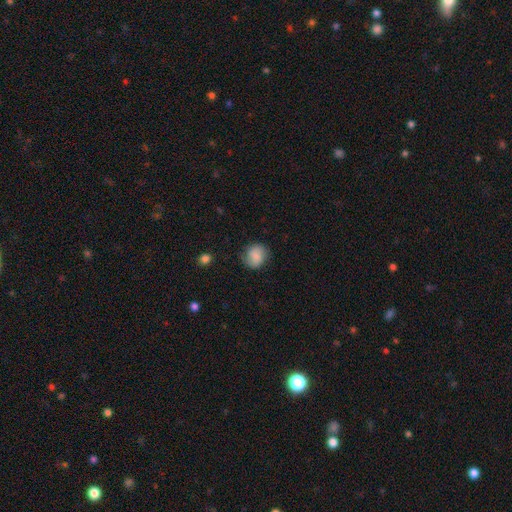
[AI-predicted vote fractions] smooth 71%, featured or disk 21%, star or artifact 8%. Down the decision tree: how rounded — round (73%); merging — none (72%).